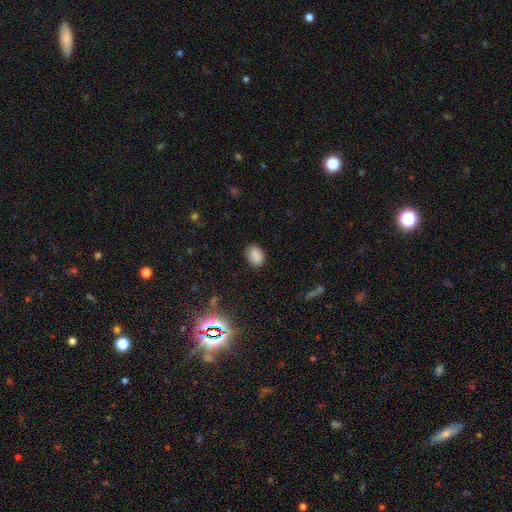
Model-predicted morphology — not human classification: A smooth galaxy with no disk features (85%) that is in between round and cigar-shaped (77%).

Vote fractions:
- Smooth or featured? smooth: 85% / star or artifact: 11% / featured or disk: 4%
- How rounded? in between: 77% / round: 22% / cigar-shaped: 1%
- Merging? none: 84% / minor disturbance: 11% / major disturbance: 3% / merger: 1%